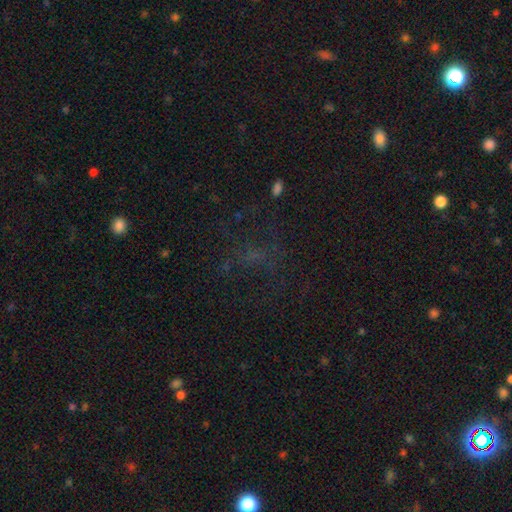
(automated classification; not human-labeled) smooth-or-featured: star or artifact: 48% | smooth: 29% | featured or disk: 22%